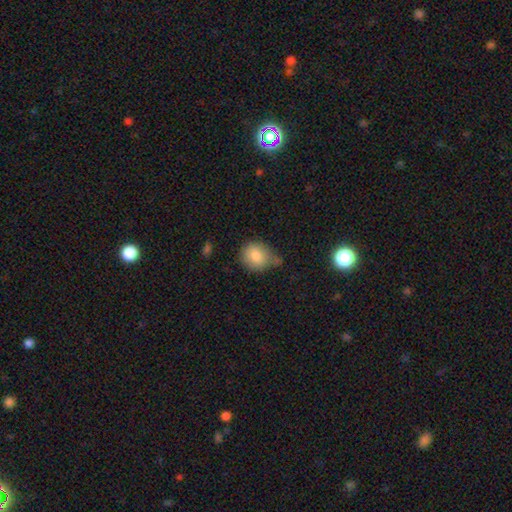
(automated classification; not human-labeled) smooth-or-featured: smooth: 82% | star or artifact: 9% | featured or disk: 9%
  how-rounded: round: 72% | in between: 26% | cigar-shaped: 1%
  merging: none: 53% | minor disturbance: 32% | major disturbance: 8% | merger: 7%